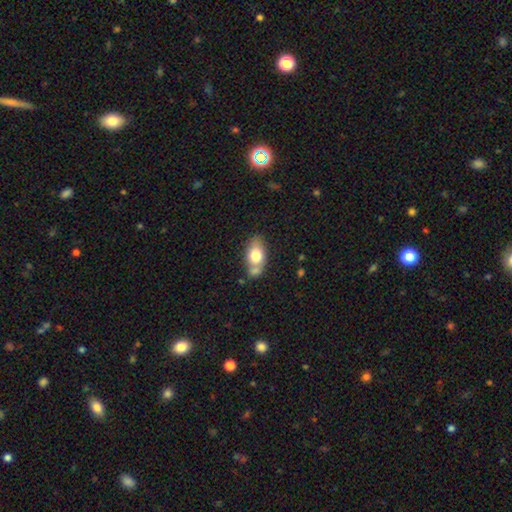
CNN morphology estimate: Smooth or featured? smooth (73%)
How rounded? in between (88%)
Merging? none (52%)